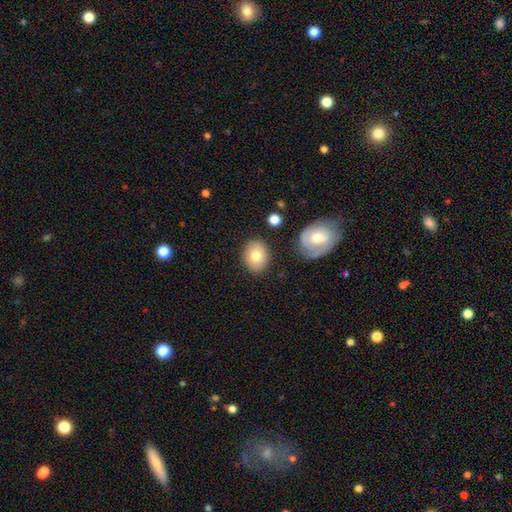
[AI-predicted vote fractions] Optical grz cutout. It shows a smooth galaxy with no disk features (77%) that is in between round and cigar-shaped (53%). Merging: none (83%).